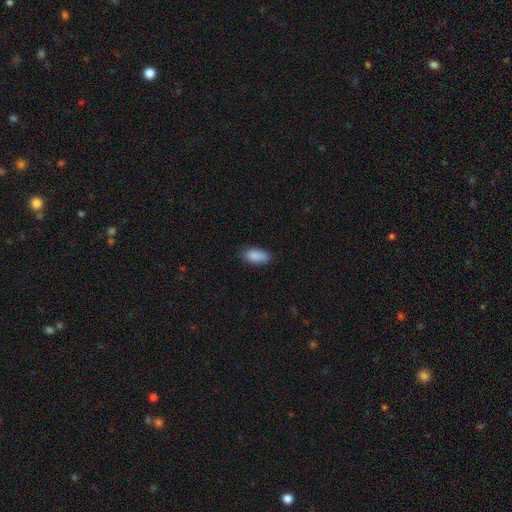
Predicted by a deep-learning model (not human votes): Smooth or featured? smooth (89%)
How rounded? in between (91%)
Merging? none (82%)